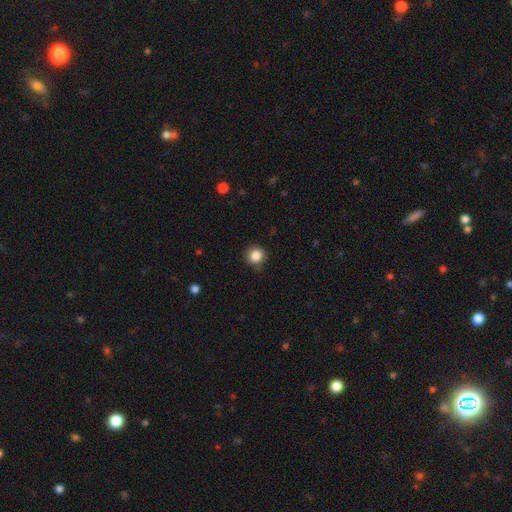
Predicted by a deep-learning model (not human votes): This appears to be a smooth galaxy with no disk features (85%) that is round (88%). Merging: none (80%).